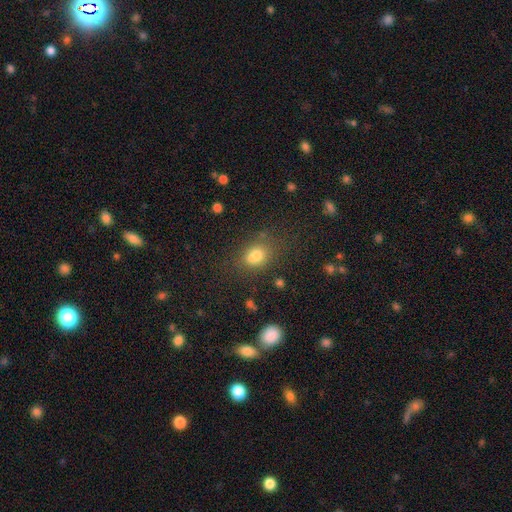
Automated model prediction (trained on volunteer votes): Smooth or featured?
  - smooth: 70% *
  - star or artifact: 17%
  - featured or disk: 13%
How rounded?
  - round: 54% *
  - in between: 45%
  - cigar-shaped: 1%
Merging?
  - none: 47% *
  - merger: 34%
  - minor disturbance: 13%
  - major disturbance: 6%